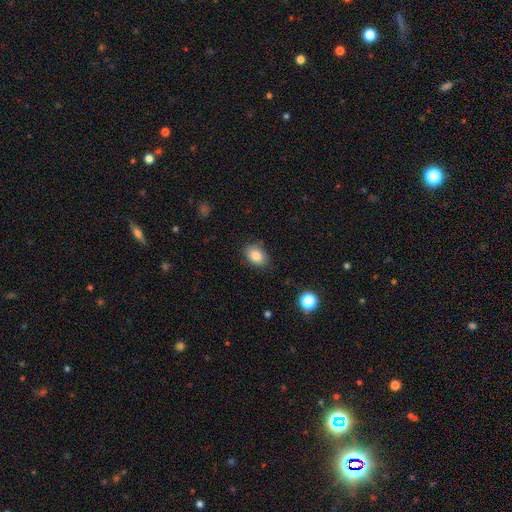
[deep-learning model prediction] Smooth or featured: smooth — 85% (star or artifact — 8%)
How rounded: in between — 83% (round — 16%)
Merging: none — 83% (minor disturbance — 13%)